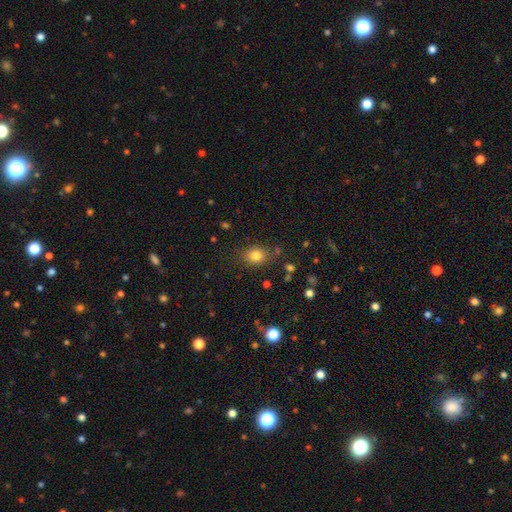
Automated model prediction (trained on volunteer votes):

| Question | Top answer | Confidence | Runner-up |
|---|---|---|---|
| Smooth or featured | smooth | 81% | star or artifact (12%) |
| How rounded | round | 57% | in between (42%) |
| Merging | none | 80% | minor disturbance (13%) |